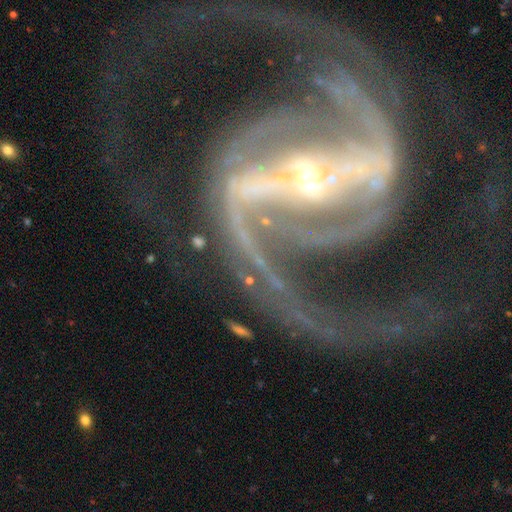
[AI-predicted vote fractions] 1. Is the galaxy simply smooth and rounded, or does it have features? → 92% featured or disk, 5% star or artifact, 3% smooth.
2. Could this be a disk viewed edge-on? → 98% no, 2% yes.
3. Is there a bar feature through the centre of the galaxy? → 70% strong, 18% weak, 11% no.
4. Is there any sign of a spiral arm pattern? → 97% yes, 3% no.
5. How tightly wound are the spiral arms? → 49% medium, 30% loose, 21% tight.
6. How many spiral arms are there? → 76% 2, 6% 3, 5% can't tell, 4% 1, 4% 4, 4% more than 4.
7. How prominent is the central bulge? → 78% small, 16% moderate, 3% none, 2% large, 1% dominant.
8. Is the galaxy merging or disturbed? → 45% none, 31% major disturbance, 16% minor disturbance, 8% merger.